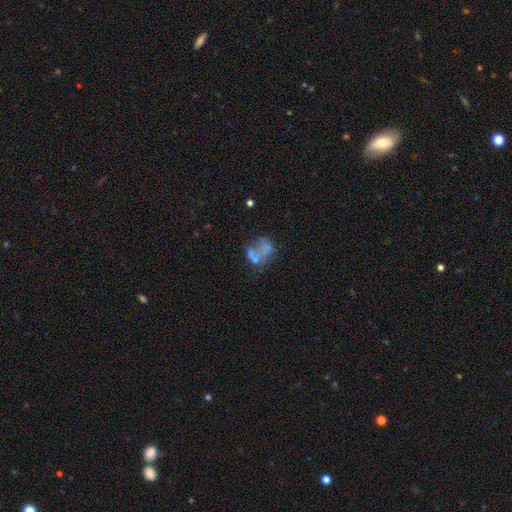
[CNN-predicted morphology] smooth_or_featured: featured or disk (p=0.45) [alt: smooth p=0.40]
merging: merger (p=0.32) [alt: major disturbance p=0.27]